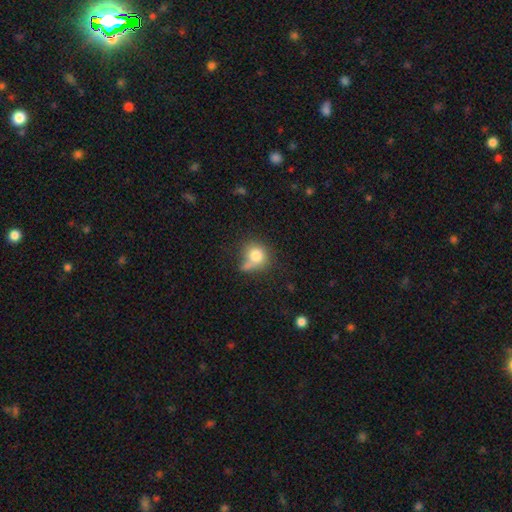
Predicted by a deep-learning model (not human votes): smooth-or-featured: smooth: 78% | featured or disk: 12% | star or artifact: 10%
  how-rounded: round: 78% | in between: 21% | cigar-shaped: 1%
  merging: none: 43% | minor disturbance: 22% | merger: 22% | major disturbance: 14%